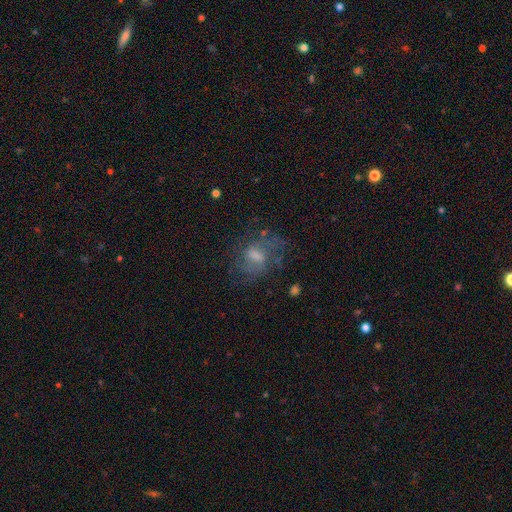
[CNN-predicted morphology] A featured or disk galaxy (58%) with a weak bar (50%), spiral arms (75%) and a moderate central bulge (43%). Merging: none (60%).